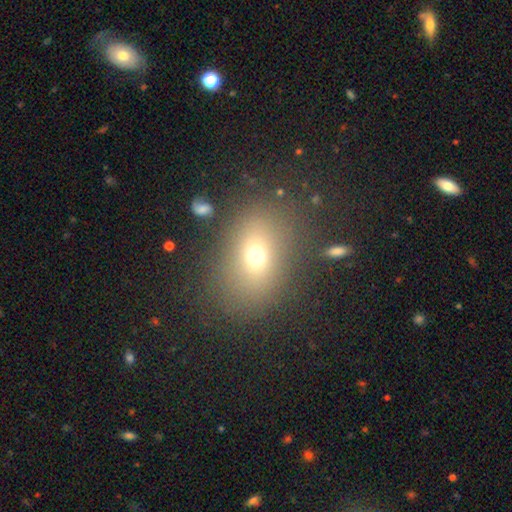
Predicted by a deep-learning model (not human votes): smooth-or-featured: smooth: 68% | star or artifact: 17% | featured or disk: 15%
  how-rounded: in between: 64% | round: 35% | cigar-shaped: 2%
  merging: none: 79% | minor disturbance: 11% | major disturbance: 7% | merger: 3%